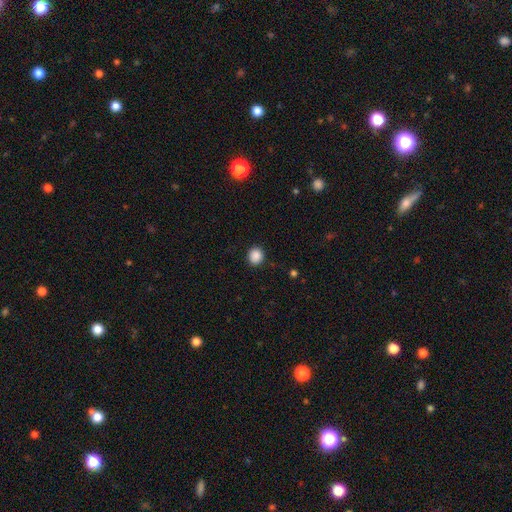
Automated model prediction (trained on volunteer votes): This is clearly a smooth galaxy (88%). How rounded: clearly round (84%). Merging: clearly none (90%).